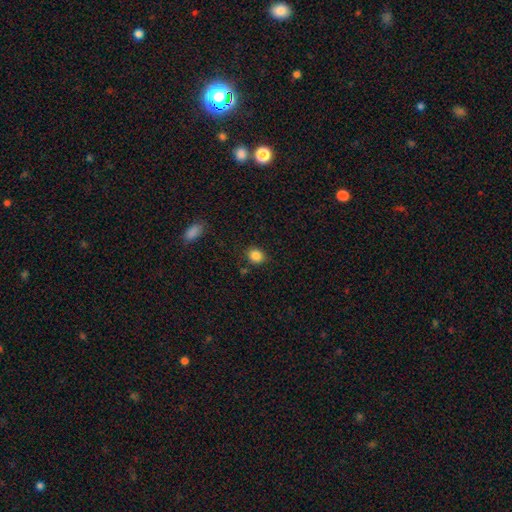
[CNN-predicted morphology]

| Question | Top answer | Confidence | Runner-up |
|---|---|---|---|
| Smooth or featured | smooth | 86% | star or artifact (10%) |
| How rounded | round | 63% | in between (36%) |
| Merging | none | 84% | minor disturbance (10%) |